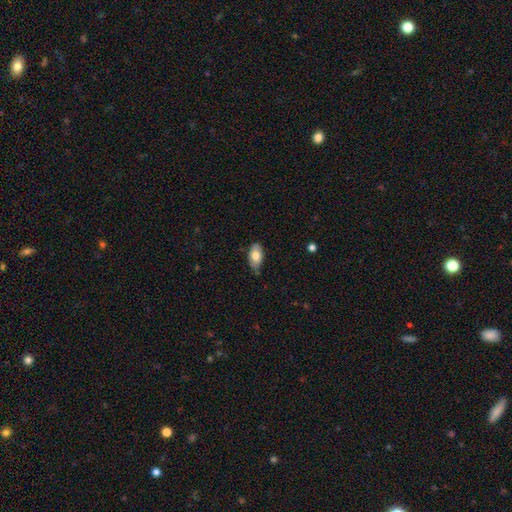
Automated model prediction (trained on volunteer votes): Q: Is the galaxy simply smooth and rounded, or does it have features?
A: smooth — 74%.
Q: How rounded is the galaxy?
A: in between — 93%.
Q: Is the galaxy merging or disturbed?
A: none — 72%.